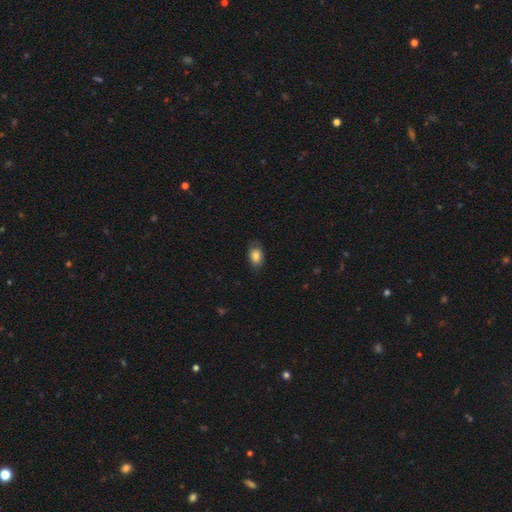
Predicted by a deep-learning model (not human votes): smooth 83%, featured or disk 10%, star or artifact 8%. Down the decision tree: how rounded — in between (86%); merging — none (75%).